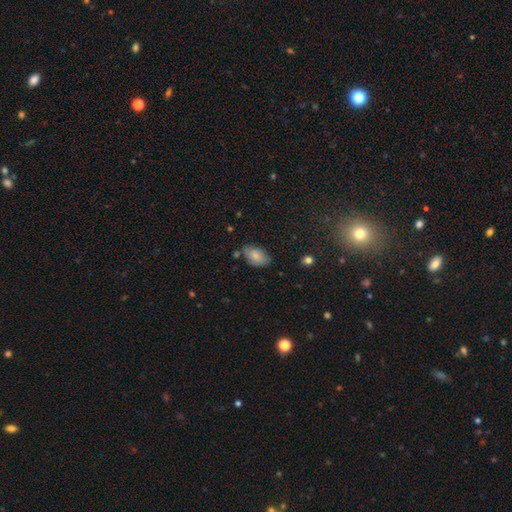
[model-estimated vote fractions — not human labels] Smooth or featured: smooth — 81% (featured or disk — 11%)
How rounded: in between — 93% (round — 5%)
Merging: none — 70% (minor disturbance — 21%)